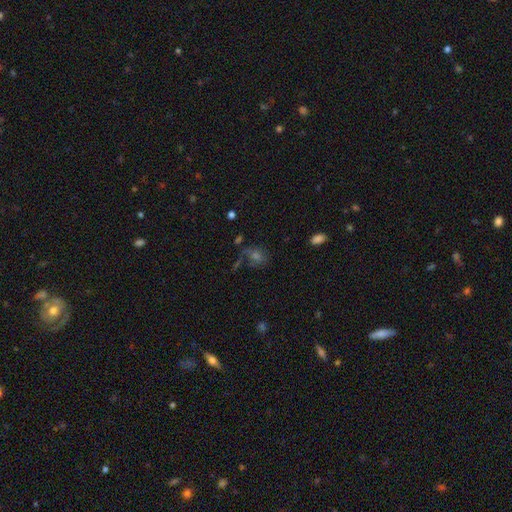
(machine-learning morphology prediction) This is marginally a smooth galaxy (37%). Merging: possibly none (53%).